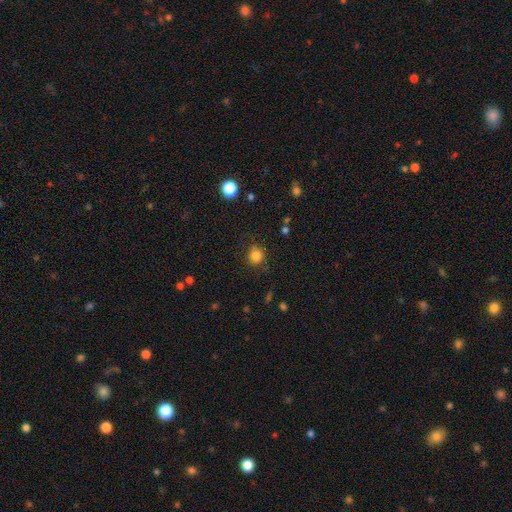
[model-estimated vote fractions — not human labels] Morphology: type=smooth (83%); roundness=round (86%); merging=none (78%).